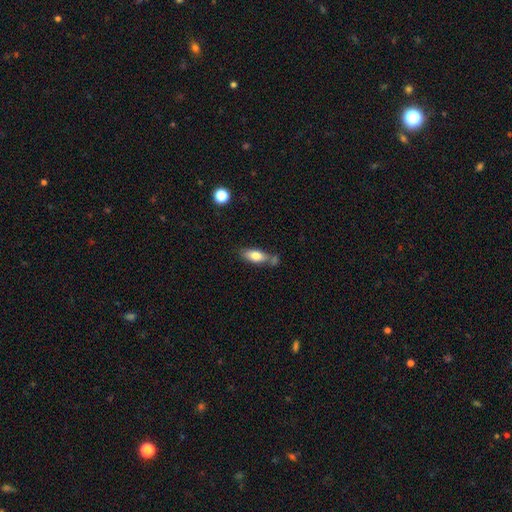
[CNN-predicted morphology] This is likely a smooth galaxy (76%). How rounded: likely in between (77%). Merging: possibly none (53%).